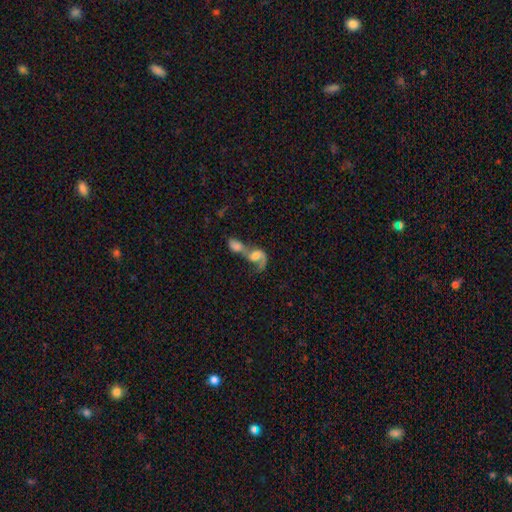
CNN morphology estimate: This is possibly a featured or disk galaxy (55%). It is clearly not viewed edge-on (96%). Bar: likely no (61%). Spiral arm pattern: likely yes (75%). Central bulge: marginally moderate (40%). Merging: likely merger (79%).